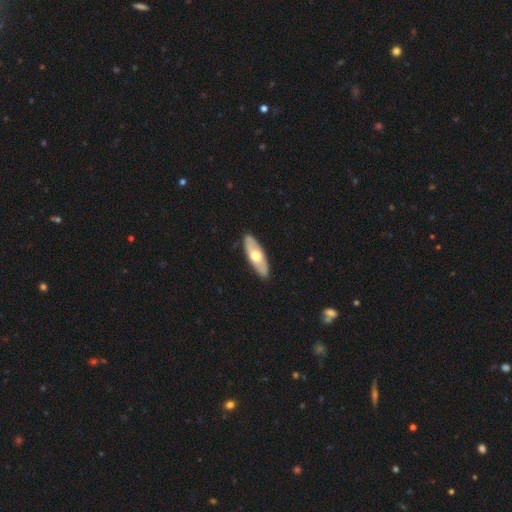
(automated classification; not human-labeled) Overall: smooth (48%; featured or disk 47%). Merging: none (89%).